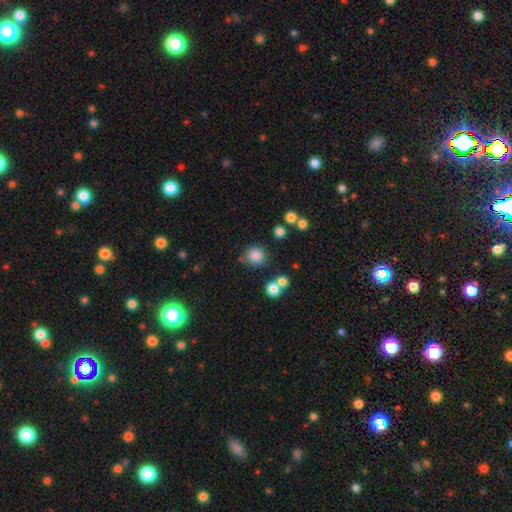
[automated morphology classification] smooth-or-featured: smooth: 83% | star or artifact: 12% | featured or disk: 6%
  how-rounded: round: 90% | in between: 9% | cigar-shaped: 1%
  merging: none: 75% | minor disturbance: 12% | merger: 9% | major disturbance: 4%